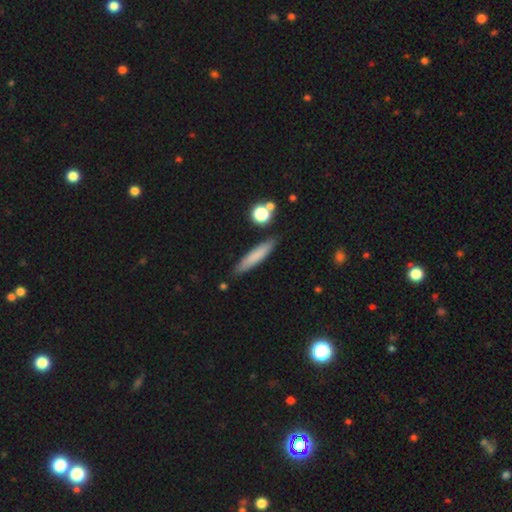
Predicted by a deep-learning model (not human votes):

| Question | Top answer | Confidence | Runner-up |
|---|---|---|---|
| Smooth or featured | smooth | 74% | featured or disk (18%) |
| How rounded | cigar-shaped | 88% | in between (10%) |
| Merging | none | 85% | minor disturbance (10%) |